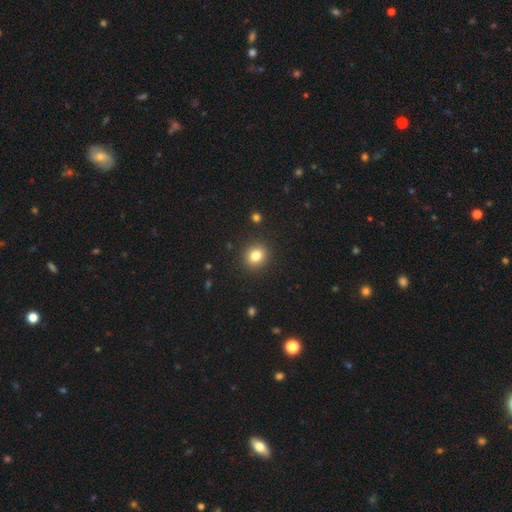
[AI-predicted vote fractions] smooth-or-featured: smooth: 81% | star or artifact: 11% | featured or disk: 8%
  how-rounded: round: 75% | in between: 24% | cigar-shaped: 1%
  merging: none: 91% | minor disturbance: 6% | major disturbance: 2% | merger: 1%